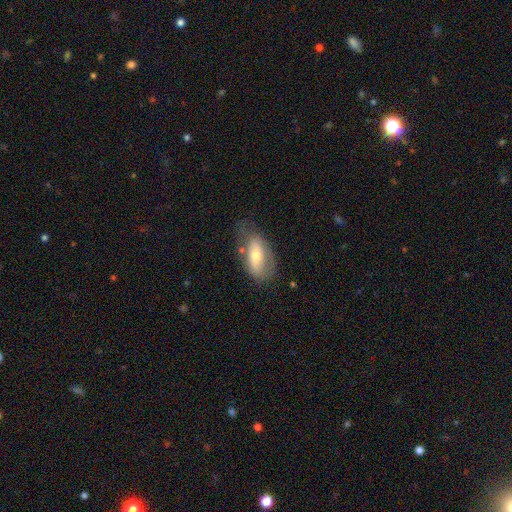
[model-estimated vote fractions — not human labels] smooth-or-featured: smooth: 54% | featured or disk: 39% | star or artifact: 7%
  how-rounded: in between: 88% | cigar-shaped: 8% | round: 5%
  merging: none: 54% | minor disturbance: 28% | major disturbance: 15% | merger: 3%